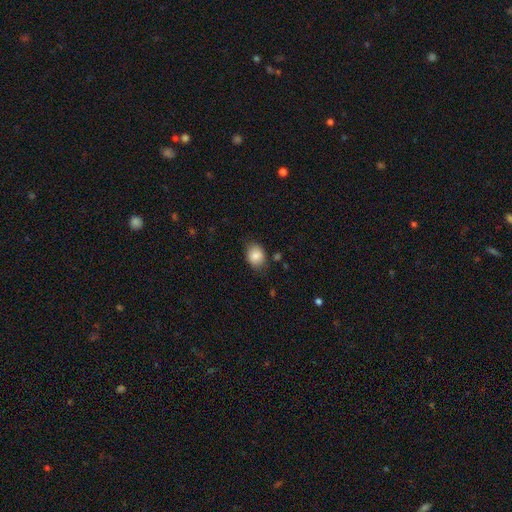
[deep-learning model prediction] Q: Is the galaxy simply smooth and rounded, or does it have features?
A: smooth — 84%.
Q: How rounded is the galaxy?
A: in between — 59%.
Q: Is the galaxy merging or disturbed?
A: none — 76%.